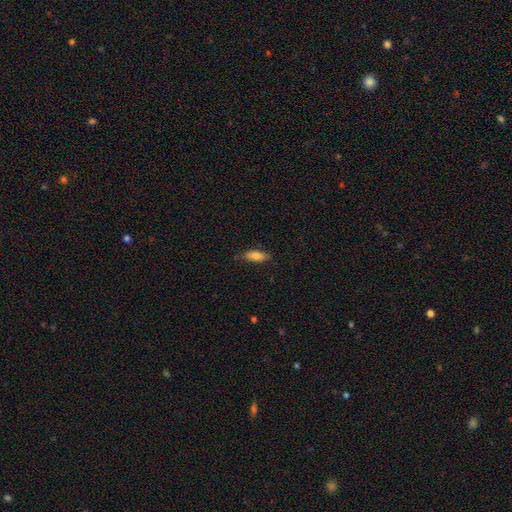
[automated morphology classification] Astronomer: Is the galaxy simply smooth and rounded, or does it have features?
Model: smooth — 83%.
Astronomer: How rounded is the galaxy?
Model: in between — 68%.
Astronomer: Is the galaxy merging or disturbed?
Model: none — 78%.